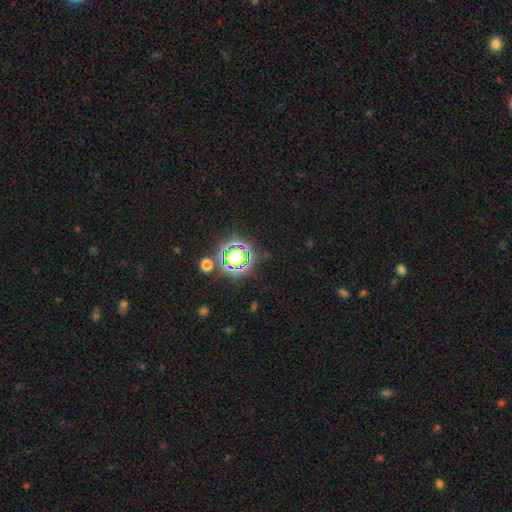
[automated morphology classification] Smooth or featured? star or artifact (81%)